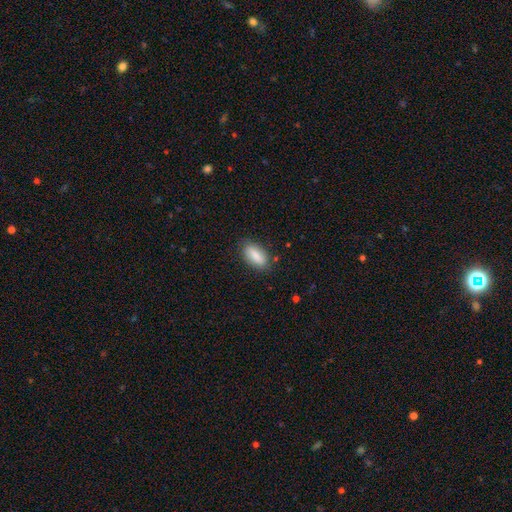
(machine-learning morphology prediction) Q: Smooth or featured?
A: smooth (82%); runner-up: featured or disk (11%)
Q: How rounded?
A: in between (82%); runner-up: cigar-shaped (15%)
Q: Merging?
A: none (80%); runner-up: minor disturbance (15%)